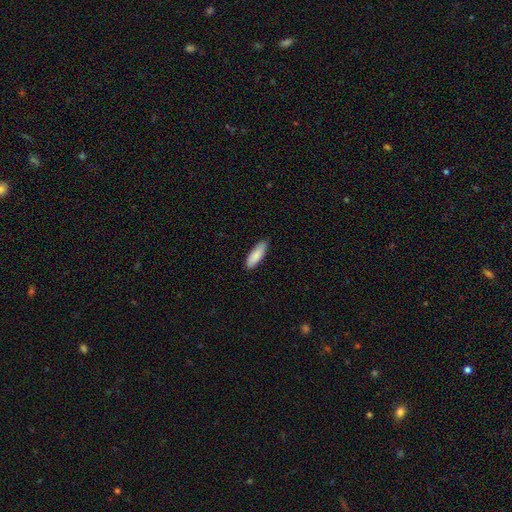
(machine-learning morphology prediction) Overall: smooth (87%). How rounded: in between (58%; cigar-shaped 41%). Merging: none (86%).